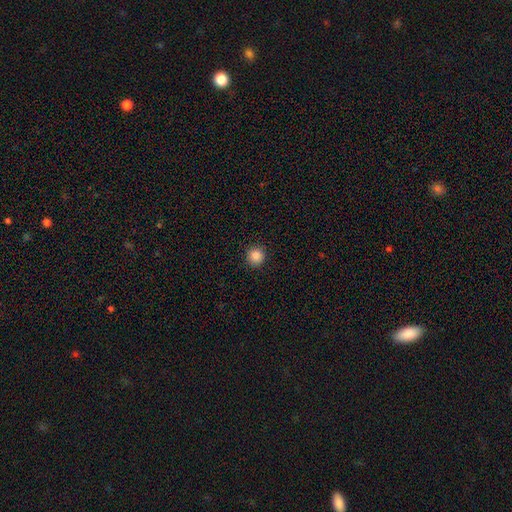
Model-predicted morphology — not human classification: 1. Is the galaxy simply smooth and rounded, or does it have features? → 86% smooth, 10% star or artifact, 3% featured or disk.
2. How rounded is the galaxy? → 94% round, 5% in between, 1% cigar-shaped.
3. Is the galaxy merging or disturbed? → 92% none, 5% minor disturbance, 2% major disturbance, 1% merger.